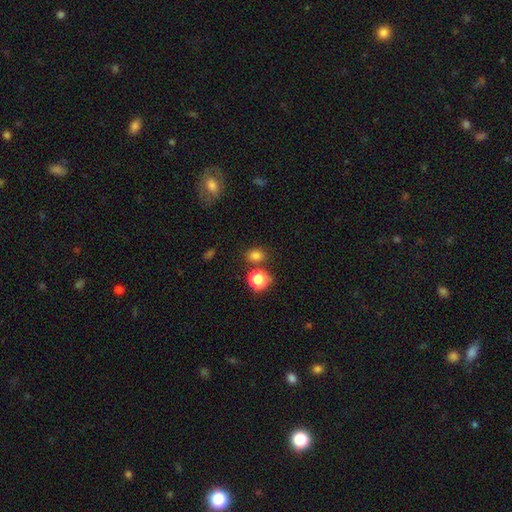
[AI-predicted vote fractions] Smooth or featured? smooth (79%)
How rounded? round (62%)
Merging? none (74%)